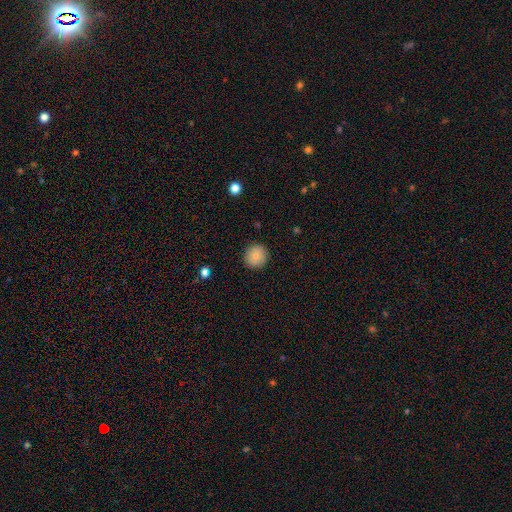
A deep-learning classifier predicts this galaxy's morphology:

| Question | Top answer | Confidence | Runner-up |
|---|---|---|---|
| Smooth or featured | smooth | 82% | featured or disk (10%) |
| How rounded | round | 92% | in between (7%) |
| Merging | none | 89% | minor disturbance (8%) |